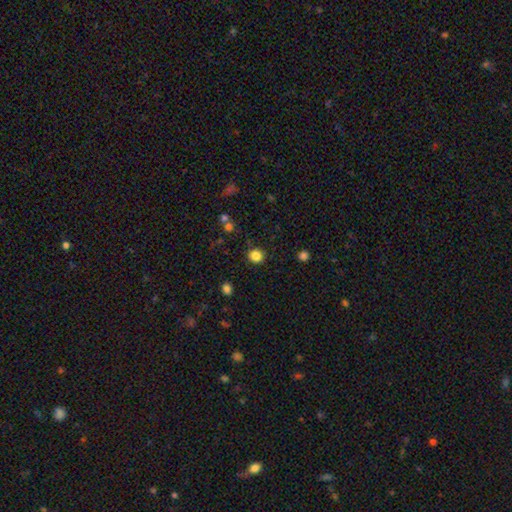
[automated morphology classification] Smooth or featured: smooth — 84% (star or artifact — 12%)
How rounded: round — 90% (in between — 9%)
Merging: none — 89% (minor disturbance — 7%)